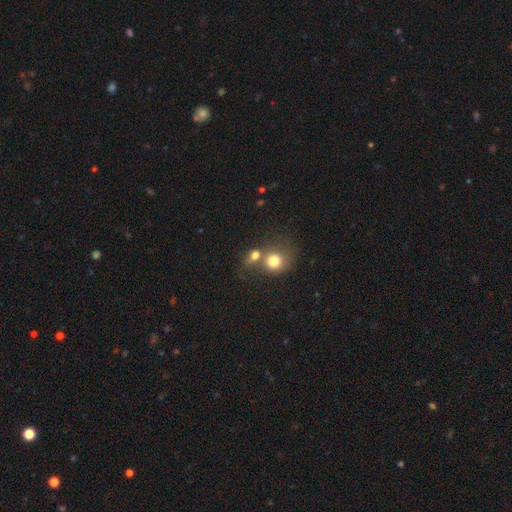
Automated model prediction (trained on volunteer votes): Smooth or featured? Predicted: smooth (p=0.74). How rounded? Predicted: round (p=0.68). Merging? Predicted: merger (p=0.50).